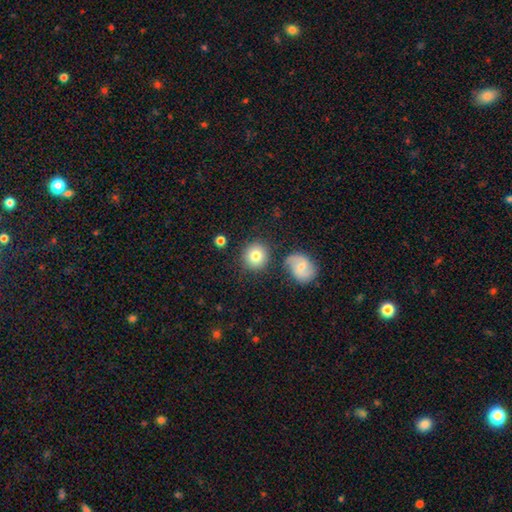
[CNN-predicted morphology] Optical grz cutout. It shows a smooth galaxy with no disk features (81%) that is round (90%). Merging: none (81%).